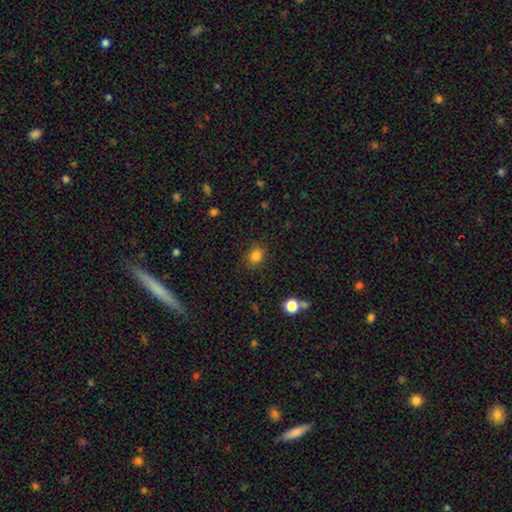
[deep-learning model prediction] Smooth or featured: smooth — 83% (star or artifact — 13%)
How rounded: round — 69% (in between — 30%)
Merging: none — 84% (minor disturbance — 11%)